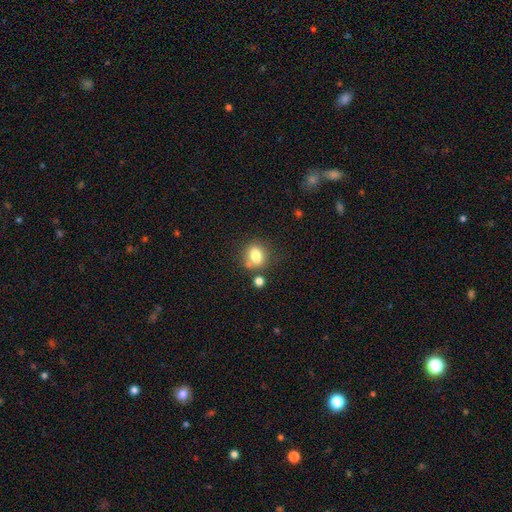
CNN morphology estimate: Smooth or featured?
  - smooth: 79% *
  - featured or disk: 11%
  - star or artifact: 10%
How rounded?
  - in between: 51% *
  - round: 48%
  - cigar-shaped: 2%
Merging?
  - none: 63% *
  - merger: 16%
  - minor disturbance: 16%
  - major disturbance: 5%